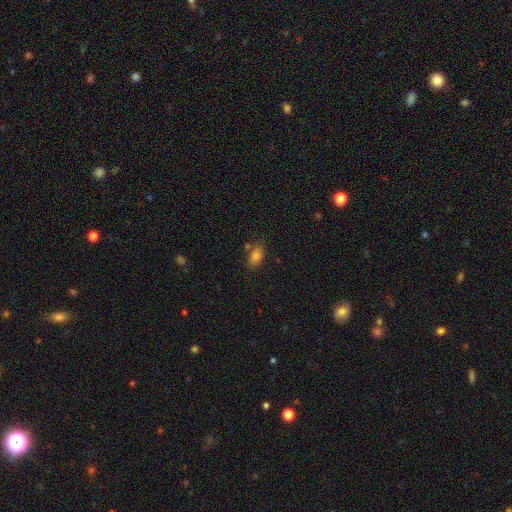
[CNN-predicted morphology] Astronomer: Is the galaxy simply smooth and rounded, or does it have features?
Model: smooth — 82%.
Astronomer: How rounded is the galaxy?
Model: in between — 87%.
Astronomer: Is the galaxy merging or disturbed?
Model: none — 68%.